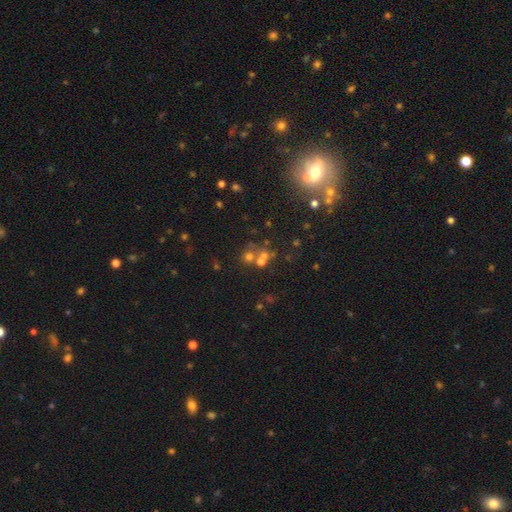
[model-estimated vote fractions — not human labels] This is marginally a smooth galaxy (44%). Merging: possibly none (58%).